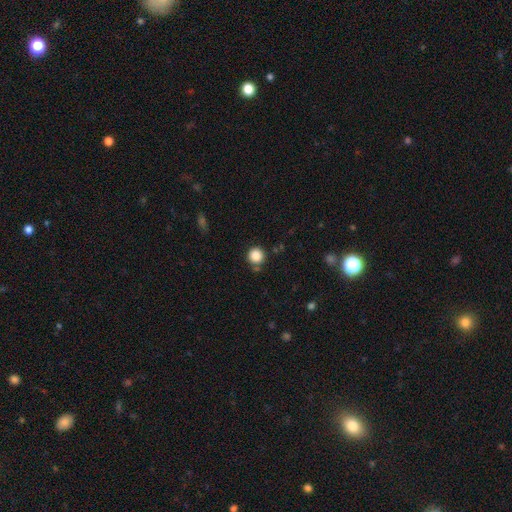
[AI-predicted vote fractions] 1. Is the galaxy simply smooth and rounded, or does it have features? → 85% smooth, 10% star or artifact, 4% featured or disk.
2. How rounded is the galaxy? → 94% round, 5% in between, 1% cigar-shaped.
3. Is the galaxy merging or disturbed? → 82% none, 9% minor disturbance, 6% merger, 3% major disturbance.